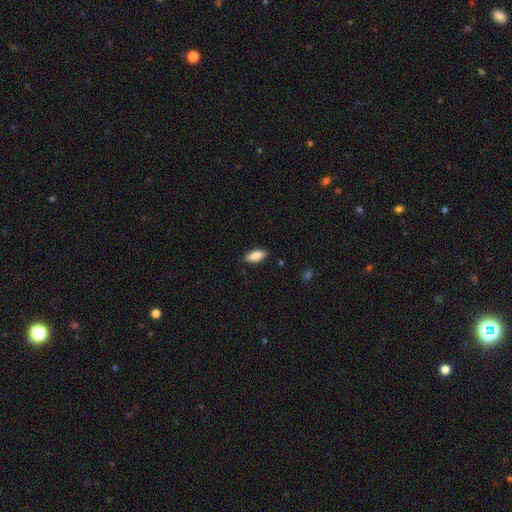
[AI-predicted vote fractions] Smooth or featured: smooth — 88% (star or artifact — 6%)
How rounded: in between — 85% (cigar-shaped — 13%)
Merging: none — 86% (minor disturbance — 11%)